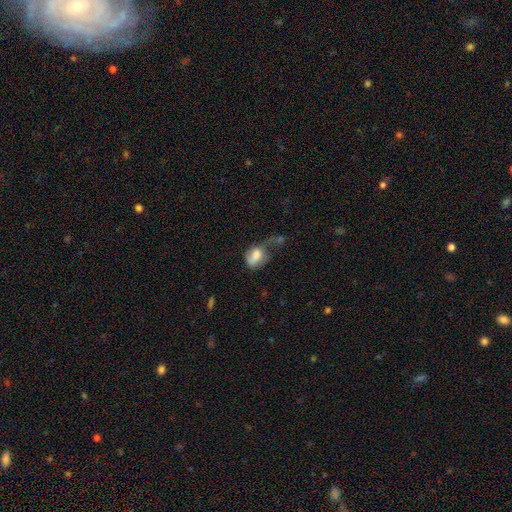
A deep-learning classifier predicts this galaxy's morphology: A smooth galaxy with no disk features (66%) that is in between round and cigar-shaped (77%).

Vote fractions:
- Smooth or featured? smooth: 66% / featured or disk: 26% / star or artifact: 9%
- How rounded? in between: 77% / round: 21% / cigar-shaped: 2%
- Merging? major disturbance: 46% / minor disturbance: 20% / none: 18% / merger: 16%